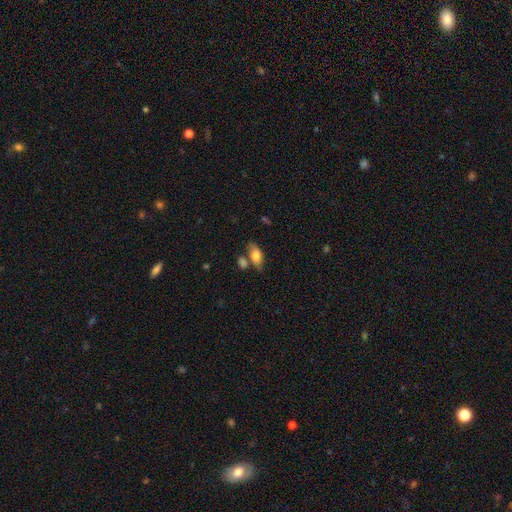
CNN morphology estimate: Overall: smooth (76%). How rounded: in between (87%). Merging: none (57%; merger 19%).